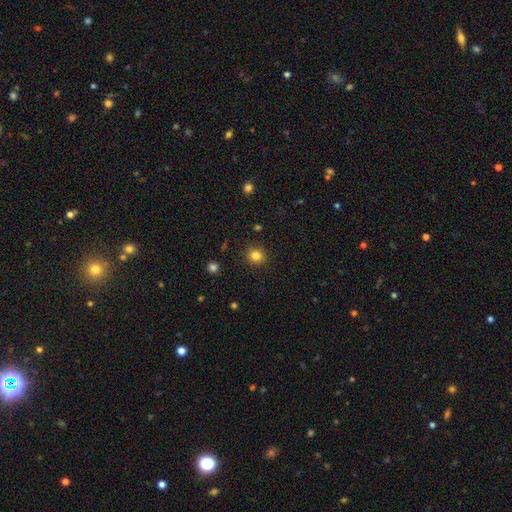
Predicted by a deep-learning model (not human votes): The model was most divided on "smooth or featured": smooth: 83%, star or artifact: 12%, featured or disk: 5%. More confident: merging — none (90%); how rounded — round (85%).